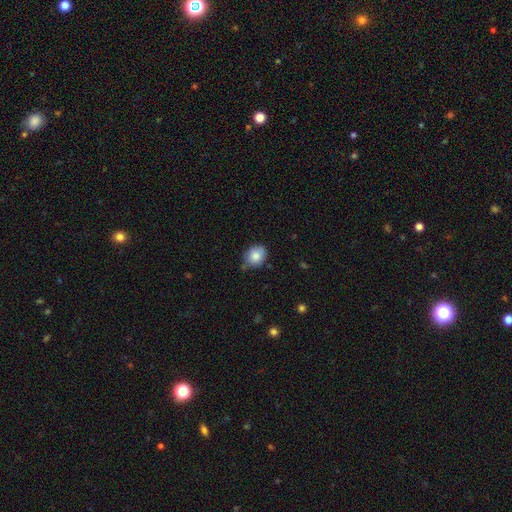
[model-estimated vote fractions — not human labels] The model was most divided on "how rounded": round: 57%, in between: 42%, cigar-shaped: 1%. More confident: smooth or featured — smooth (83%); merging — none (71%).